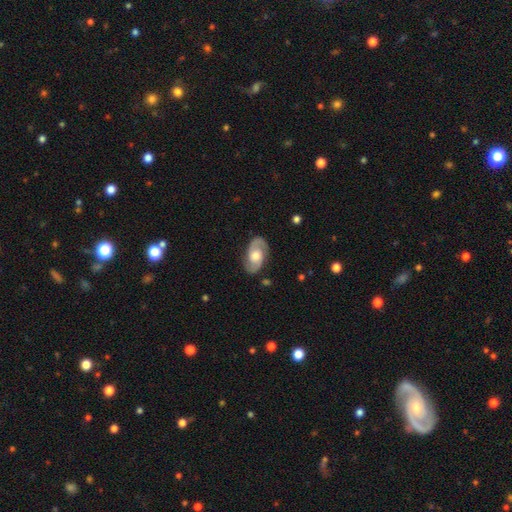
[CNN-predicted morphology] This is clearly a featured or disk galaxy (80%). It is clearly not viewed edge-on (96%). Bar: likely no (66%). Spiral arm pattern: clearly yes (93%). Spiral arm count: clearly 2 (91%). Spiral winding: possibly medium (49%). Central bulge: likely moderate (65%). Merging: clearly none (83%).